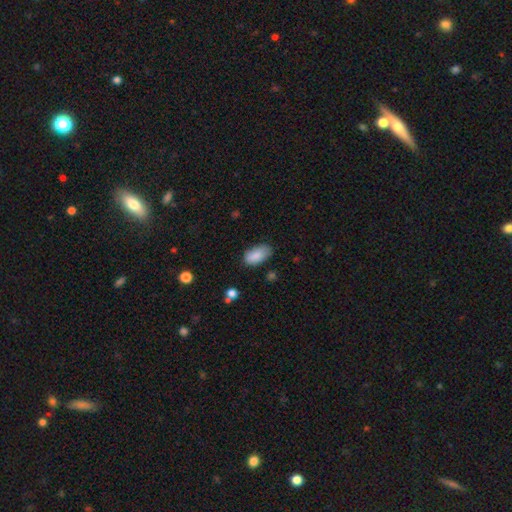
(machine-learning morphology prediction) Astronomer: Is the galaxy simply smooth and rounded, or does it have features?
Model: smooth — 87%.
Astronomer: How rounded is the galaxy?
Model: in between — 94%.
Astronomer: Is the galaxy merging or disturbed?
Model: none — 73%.